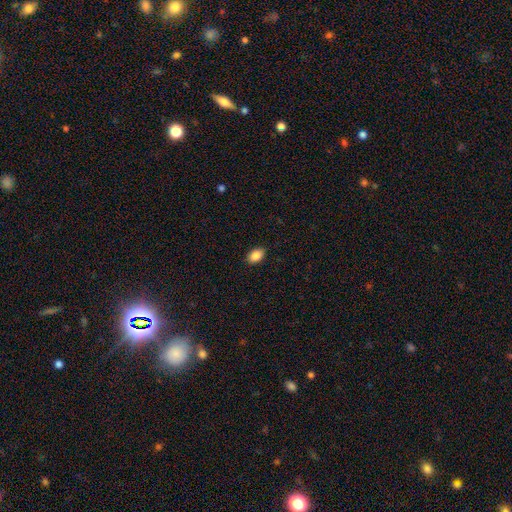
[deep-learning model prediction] smooth-or-featured: smooth: 89% | star or artifact: 8% | featured or disk: 4%
  how-rounded: in between: 89% | round: 10% | cigar-shaped: 1%
  merging: none: 88% | minor disturbance: 9% | major disturbance: 2% | merger: 1%